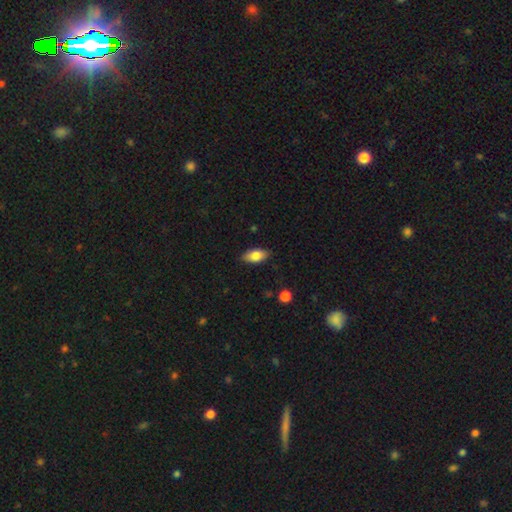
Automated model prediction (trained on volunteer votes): Smooth or featured: smooth — 82% (featured or disk — 11%)
How rounded: in between — 91% (cigar-shaped — 6%)
Merging: none — 86% (minor disturbance — 11%)